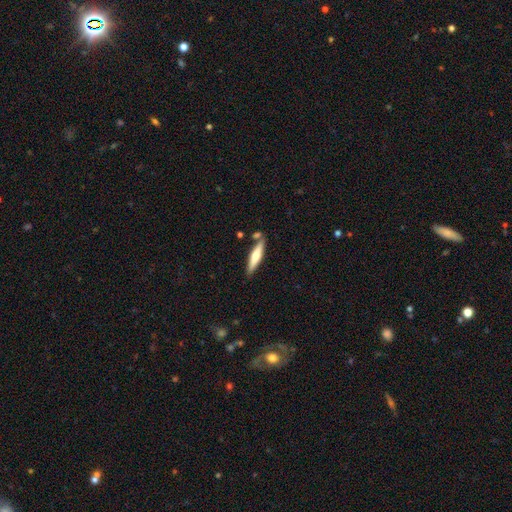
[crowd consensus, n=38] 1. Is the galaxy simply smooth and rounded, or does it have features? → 53% featured or disk, 45% smooth, 3% star or artifact.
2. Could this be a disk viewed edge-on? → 90% yes, 10% no.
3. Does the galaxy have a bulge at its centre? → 89% rounded, 11% none, 0% boxy.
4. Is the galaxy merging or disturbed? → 84% none, 11% minor disturbance, 5% merger, 0% major disturbance.